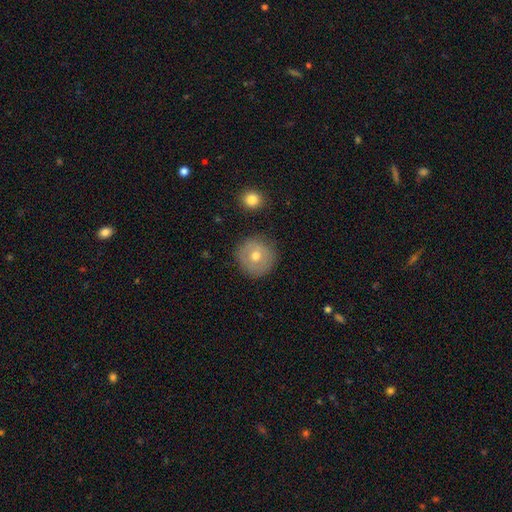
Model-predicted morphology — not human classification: Overall: smooth (61%; featured or disk 30%). How rounded: round (94%). Merging: none (87%).